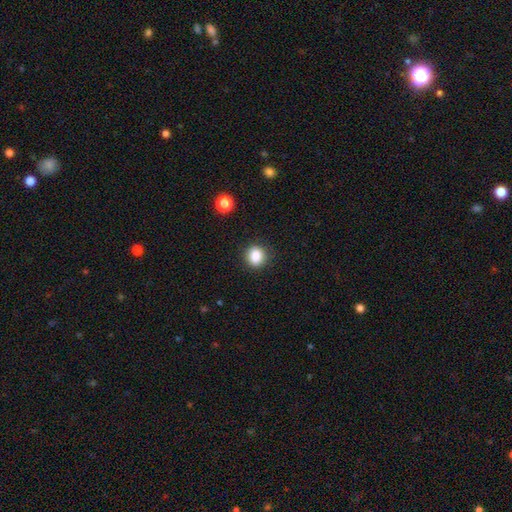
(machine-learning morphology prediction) A smooth galaxy with no disk features (85%) that is round (73%). Merging: none (88%).